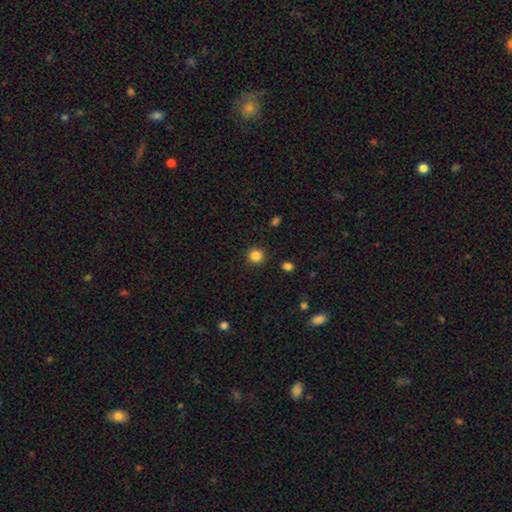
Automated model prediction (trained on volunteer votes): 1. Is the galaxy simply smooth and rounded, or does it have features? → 85% smooth, 11% star or artifact, 4% featured or disk.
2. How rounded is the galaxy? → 93% round, 6% in between, 1% cigar-shaped.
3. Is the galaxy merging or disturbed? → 91% none, 6% minor disturbance, 2% major disturbance, 2% merger.